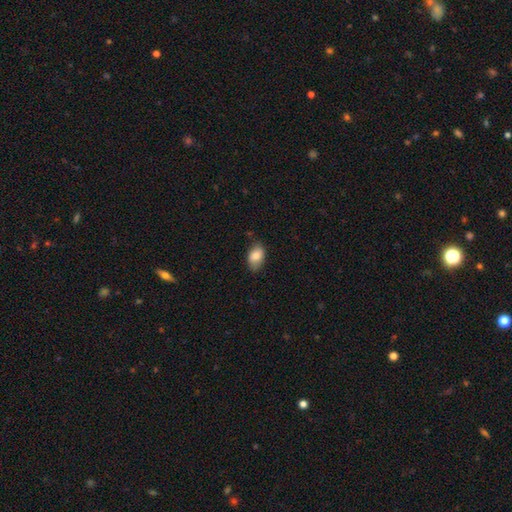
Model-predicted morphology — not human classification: Smooth or featured? Predicted: smooth (p=0.83). How rounded? Predicted: in between (p=0.89). Merging? Predicted: none (p=0.75).